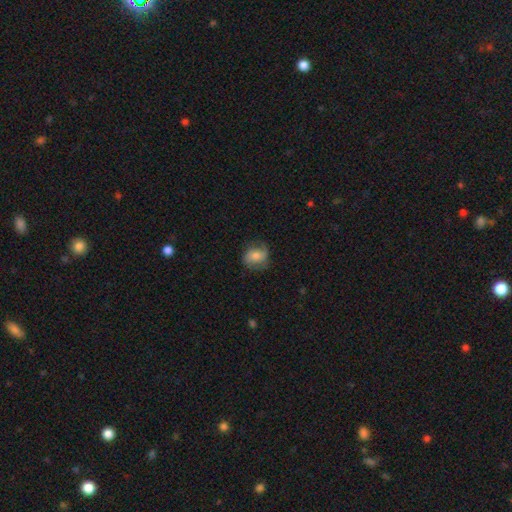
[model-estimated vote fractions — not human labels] A smooth galaxy with no disk features (54%) that is round (57%).

Vote fractions:
- Smooth or featured? smooth: 54% / featured or disk: 38% / star or artifact: 9%
- How rounded? round: 57% / in between: 42% / cigar-shaped: 1%
- Merging? none: 68% / minor disturbance: 22% / major disturbance: 9% / merger: 1%